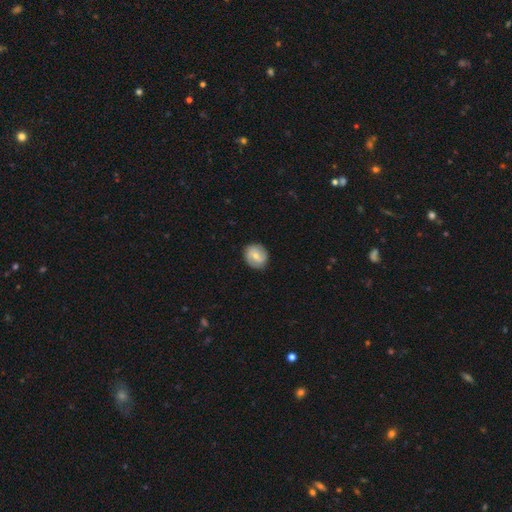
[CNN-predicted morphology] smooth-or-featured: smooth: 52% | featured or disk: 41% | star or artifact: 7%
  how-rounded: round: 82% | in between: 17% | cigar-shaped: 1%
  merging: none: 86% | minor disturbance: 11% | major disturbance: 3% | merger: 1%